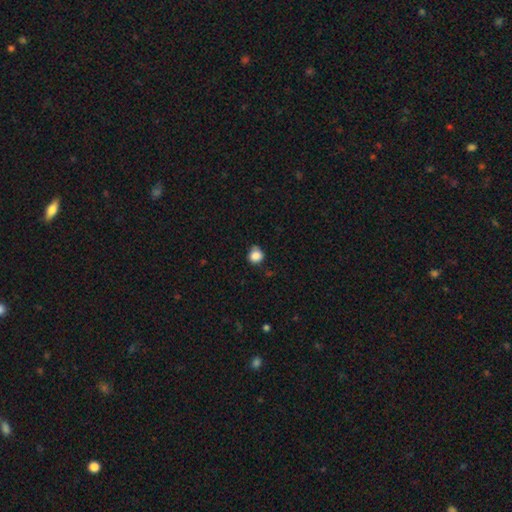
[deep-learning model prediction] A smooth galaxy with no disk features (86%) that is round (85%).

Vote fractions:
- Smooth or featured? smooth: 86% / star or artifact: 10% / featured or disk: 5%
- How rounded? round: 85% / in between: 14% / cigar-shaped: 1%
- Merging? none: 65% / minor disturbance: 27% / major disturbance: 5% / merger: 3%